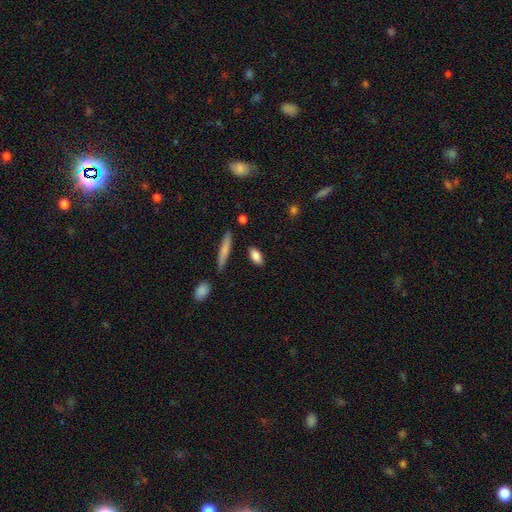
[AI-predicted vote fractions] Morphology: type=smooth (83%); roundness=in between (79%); merging=none (84%).